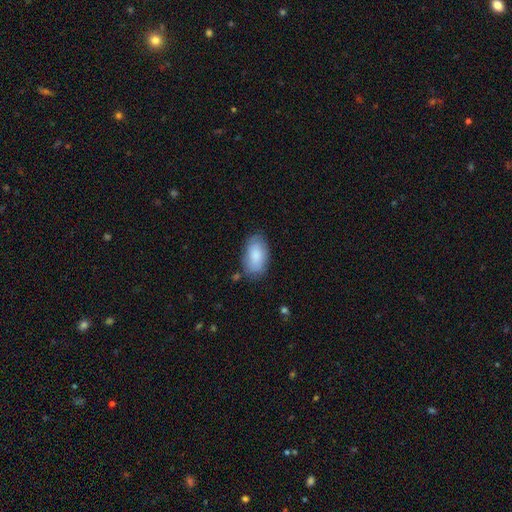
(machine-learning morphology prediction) This appears to be a smooth galaxy with no disk features (85%) that is in between round and cigar-shaped (94%). Merging: none (77%).